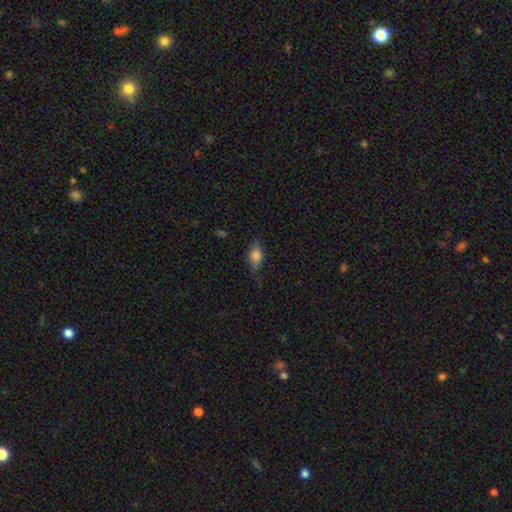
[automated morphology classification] A smooth galaxy with no disk features (77%) that is in between round and cigar-shaped (82%).

Vote fractions:
- Smooth or featured? smooth: 77% / featured or disk: 13% / star or artifact: 9%
- How rounded? in between: 82% / round: 11% / cigar-shaped: 7%
- Merging? none: 67% / minor disturbance: 24% / major disturbance: 7% / merger: 1%